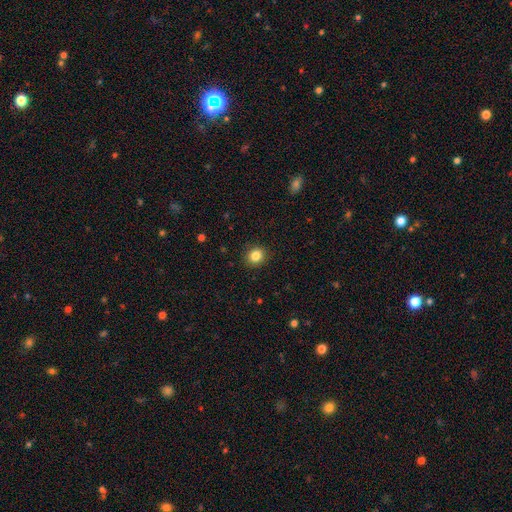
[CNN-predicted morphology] type=smooth (85%); roundness=round (80%); merging=none (91%).